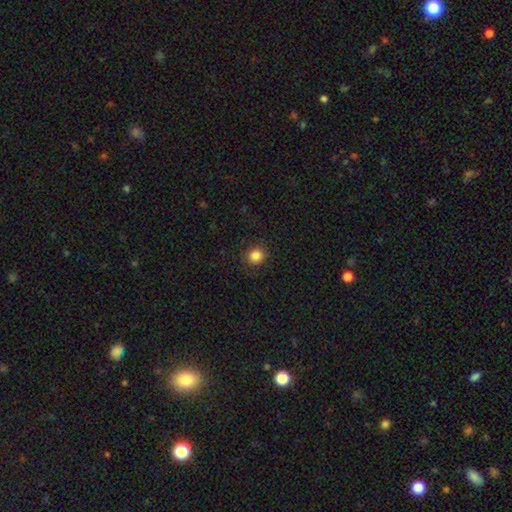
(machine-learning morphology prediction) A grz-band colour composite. It shows a smooth galaxy with no disk features (86%) that is round (83%). Merging: none (90%).